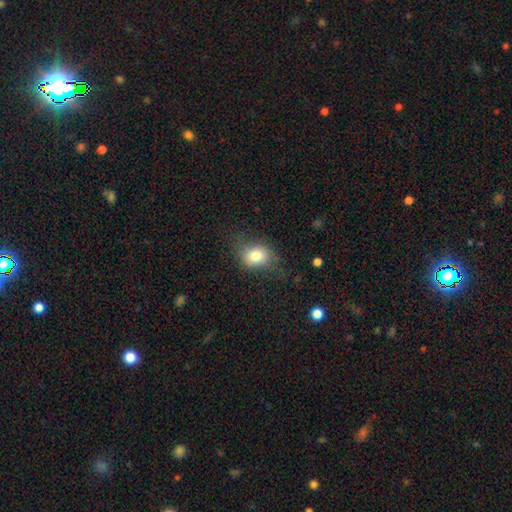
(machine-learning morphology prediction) type=smooth (76%); roundness=round (50%); merging=none (64%).